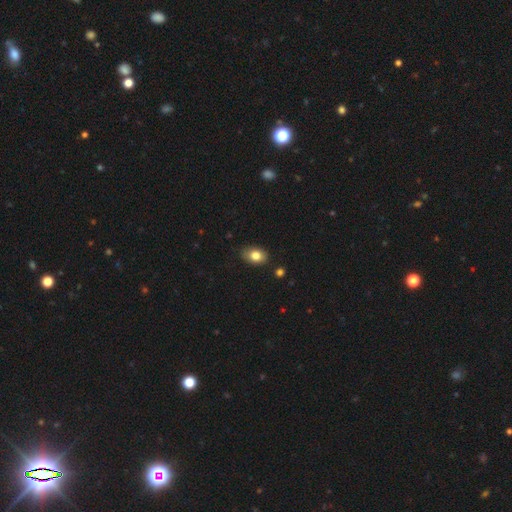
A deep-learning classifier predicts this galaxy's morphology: smooth 82%, featured or disk 10%, star or artifact 8%. Down the decision tree: how rounded — in between (78%); merging — none (81%).